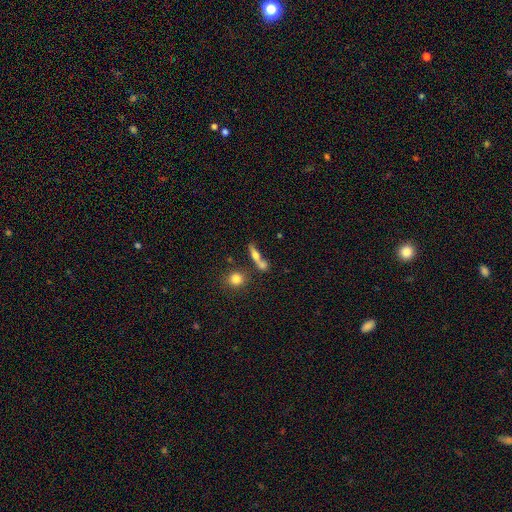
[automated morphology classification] A smooth galaxy with no disk features (53%) that is cigar-shaped (56%).

Vote fractions:
- Smooth or featured? smooth: 53% / featured or disk: 36% / star or artifact: 11%
- How rounded? cigar-shaped: 56% / in between: 33% / round: 11%
- Merging? none: 50% / merger: 31% / minor disturbance: 12% / major disturbance: 7%